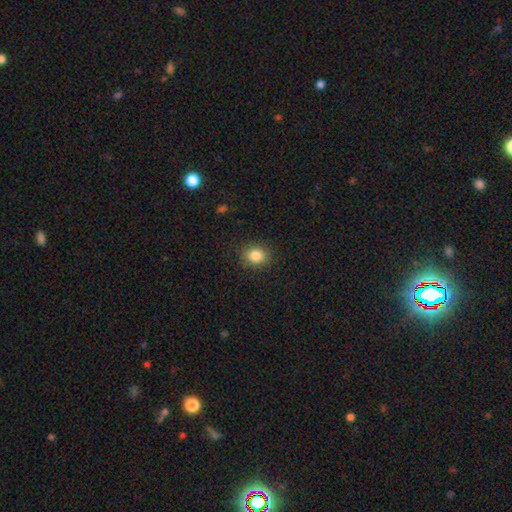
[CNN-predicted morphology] Smooth or featured: smooth — 84% (star or artifact — 10%)
How rounded: round — 67% (in between — 32%)
Merging: none — 88% (minor disturbance — 8%)